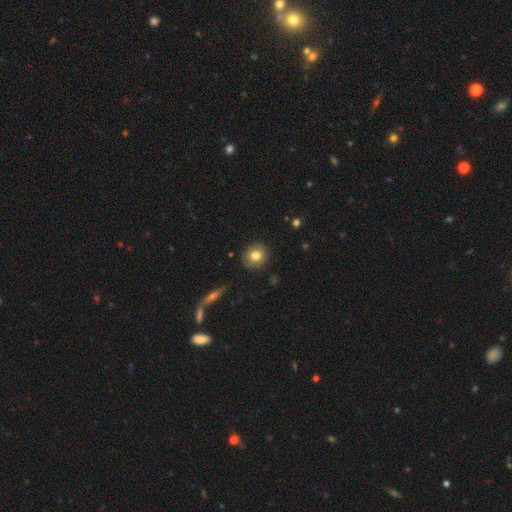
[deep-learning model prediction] Morphology: type=smooth (79%); roundness=round (81%); merging=none (88%).